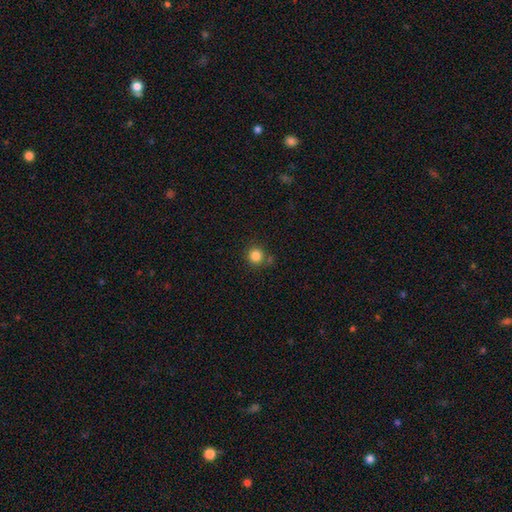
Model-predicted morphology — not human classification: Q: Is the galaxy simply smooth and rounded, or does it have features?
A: smooth — 84%.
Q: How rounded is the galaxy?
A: round — 94%.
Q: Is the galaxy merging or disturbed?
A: none — 79%.